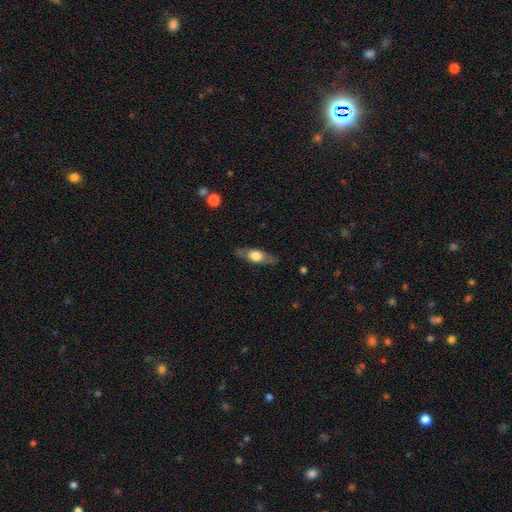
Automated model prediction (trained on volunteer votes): This appears to be a smooth galaxy with no disk features (48%). Merging: none (82%).